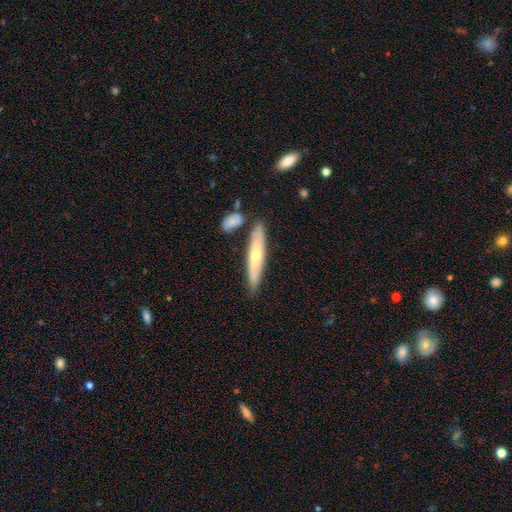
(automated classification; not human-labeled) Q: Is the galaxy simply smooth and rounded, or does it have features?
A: smooth — 50%.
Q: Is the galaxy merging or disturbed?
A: none — 76%.